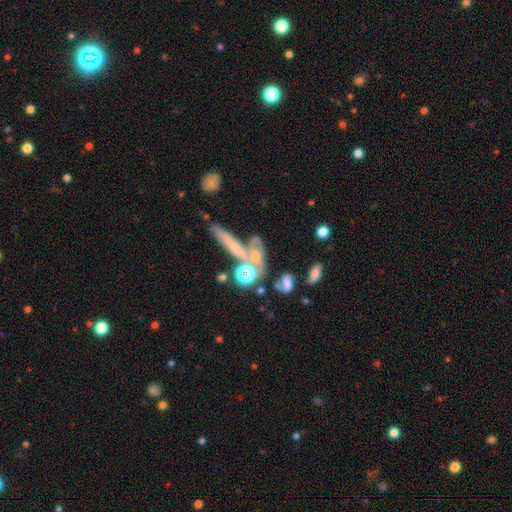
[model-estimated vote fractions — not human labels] smooth 39% (tied), featured or disk 39% (tied), star or artifact 22%. Down the decision tree: merging — none (37%).